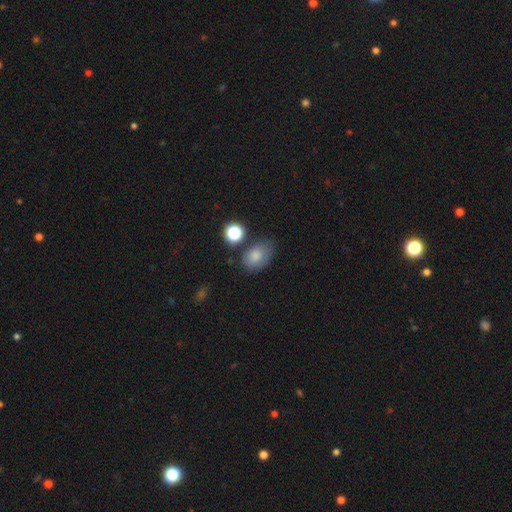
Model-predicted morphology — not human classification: This appears to be a smooth galaxy with no disk features (79%) that is in between round and cigar-shaped (80%). Merging: none (62%).